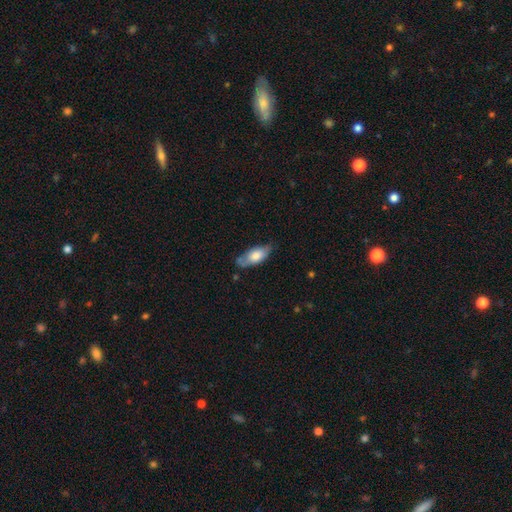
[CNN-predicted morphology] Smooth or featured? Predicted: smooth (p=0.69). How rounded? Predicted: in between (p=0.83). Merging? Predicted: none (p=0.60).